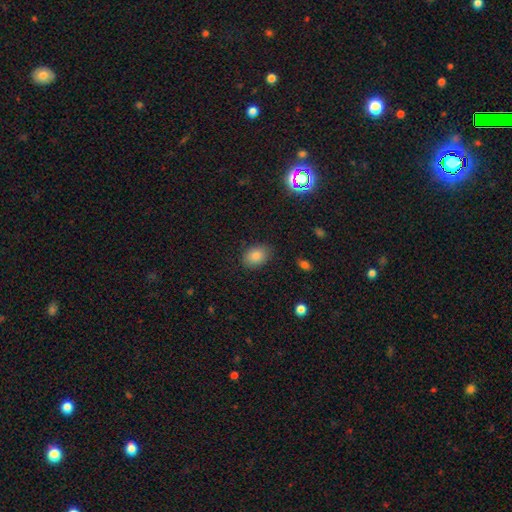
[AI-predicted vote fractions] smooth_or_featured: smooth (p=0.82) [alt: star or artifact p=0.11]
how_rounded: in between (p=0.73) [alt: round p=0.26]
merging: none (p=0.86) [alt: minor disturbance p=0.10]